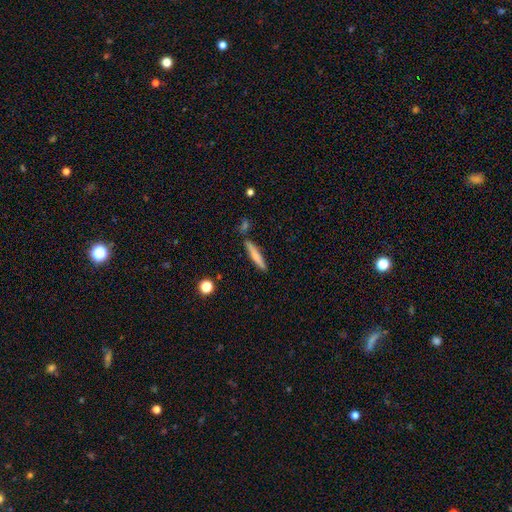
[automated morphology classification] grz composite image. It shows a smooth galaxy with no disk features (63%) that is cigar-shaped (92%). Merging: none (84%).